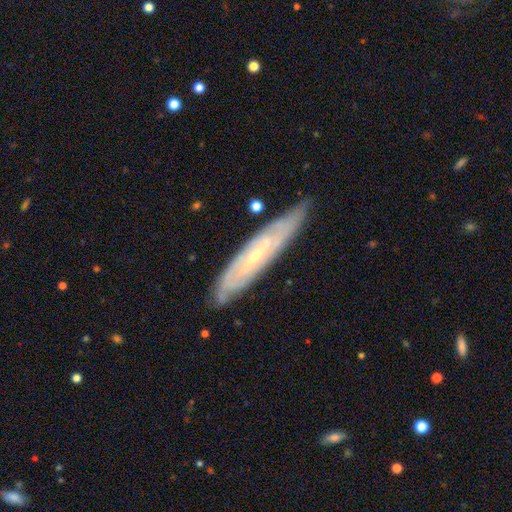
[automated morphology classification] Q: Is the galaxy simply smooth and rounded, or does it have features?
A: featured or disk — 78%.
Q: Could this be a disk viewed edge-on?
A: no — 63%.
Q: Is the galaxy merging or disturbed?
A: none — 80%.